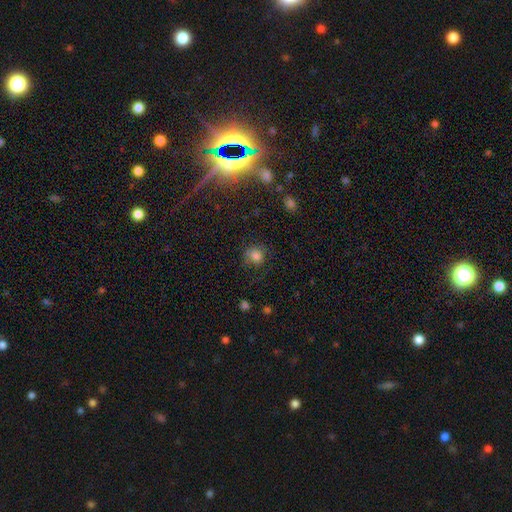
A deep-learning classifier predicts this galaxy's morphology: smooth-or-featured: smooth: 80% | star or artifact: 13% | featured or disk: 6%
  how-rounded: round: 81% | in between: 18% | cigar-shaped: 1%
  merging: none: 71% | minor disturbance: 19% | major disturbance: 8% | merger: 3%